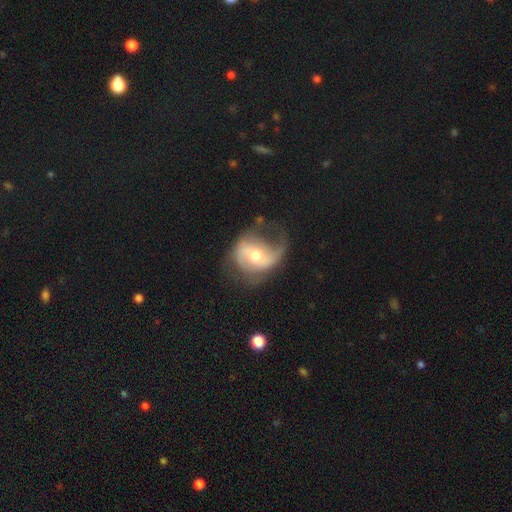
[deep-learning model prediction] featured or disk 72%, smooth 21%, star or artifact 6%. Down the decision tree: edge-on disk — no (97%); bar — no (42%); spiral arms — yes (85%); spiral arm count — 2 (59%); spiral winding — loose (46%); bulge size — moderate (66%); merging — none (41%).